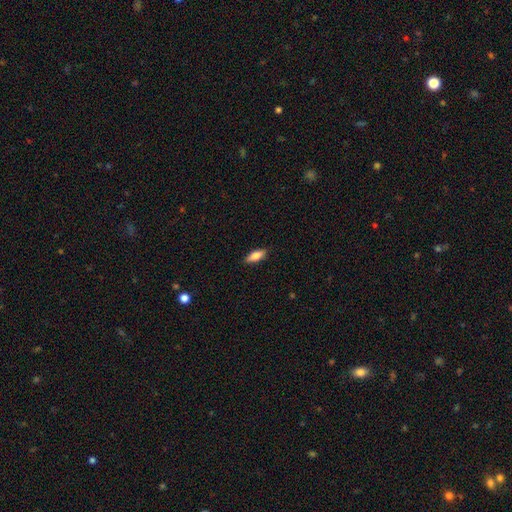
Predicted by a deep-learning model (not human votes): A smooth galaxy with no disk features (79%) that is in between round and cigar-shaped (74%). Merging: none (87%).